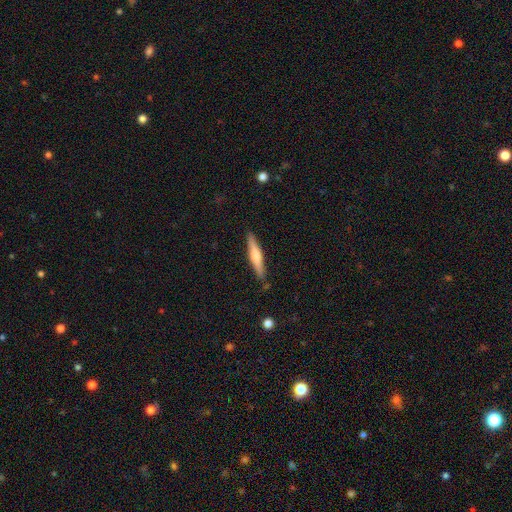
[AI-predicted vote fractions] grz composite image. It shows a featured or disk galaxy (50%) viewed edge-on (96%). Merging: none (87%).